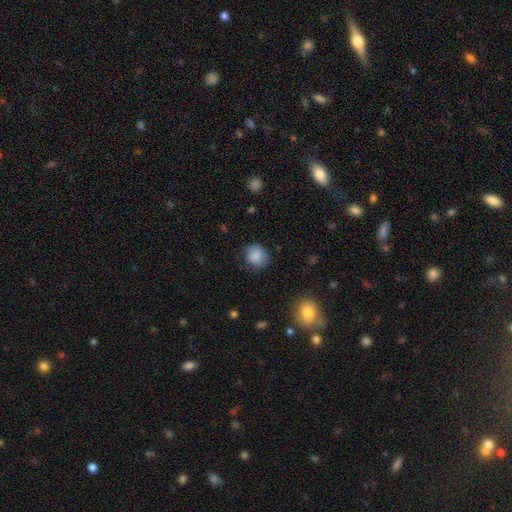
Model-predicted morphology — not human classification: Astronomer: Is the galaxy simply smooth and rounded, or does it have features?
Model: smooth — 85%.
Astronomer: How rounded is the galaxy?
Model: round — 81%.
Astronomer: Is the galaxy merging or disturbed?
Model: none — 78%.